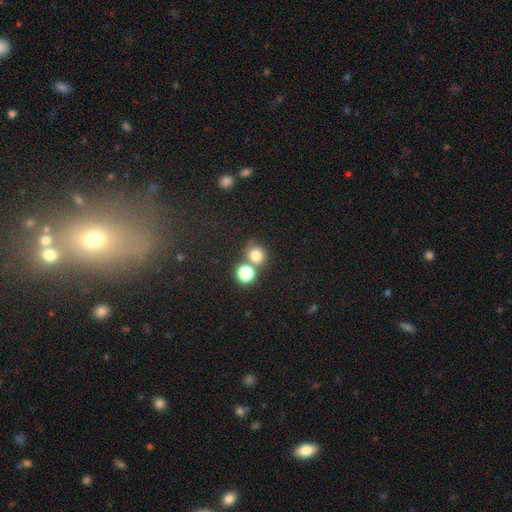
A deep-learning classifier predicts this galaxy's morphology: smooth 76%, star or artifact 16%, featured or disk 8%. Down the decision tree: how rounded — round (84%); merging — none (60%).